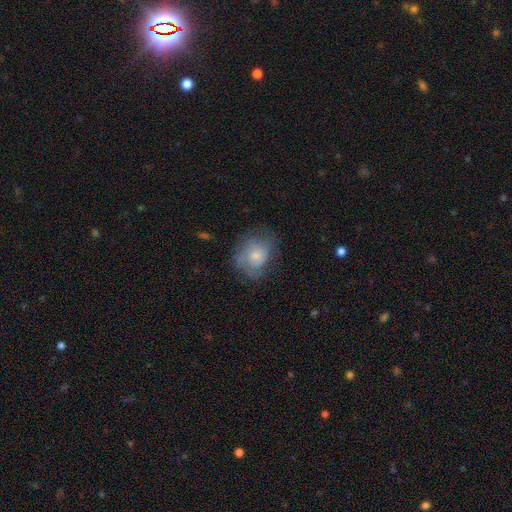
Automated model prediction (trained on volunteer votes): A smooth galaxy with no disk features (61%) that is round (60%). Merging: none (58%).